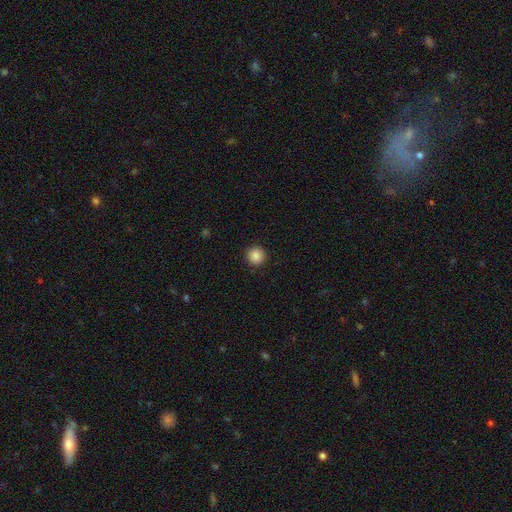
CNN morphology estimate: Smooth or featured: smooth — 87% (star or artifact — 10%)
How rounded: round — 96% (in between — 3%)
Merging: none — 93% (minor disturbance — 5%)